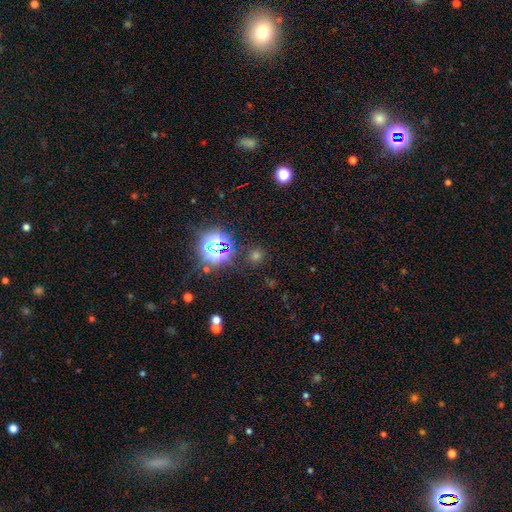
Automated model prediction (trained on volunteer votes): smooth-or-featured: star or artifact: 51% | smooth: 42% | featured or disk: 7%